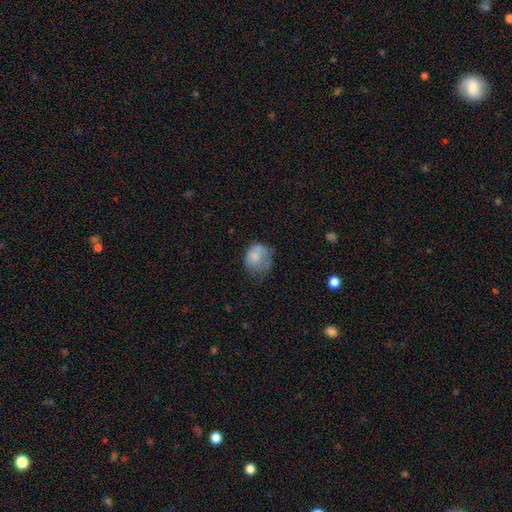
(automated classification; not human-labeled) smooth-or-featured: smooth: 71% | featured or disk: 20% | star or artifact: 9%
  how-rounded: round: 61% | in between: 39% | cigar-shaped: 1%
  merging: none: 36% | minor disturbance: 34% | major disturbance: 27% | merger: 3%